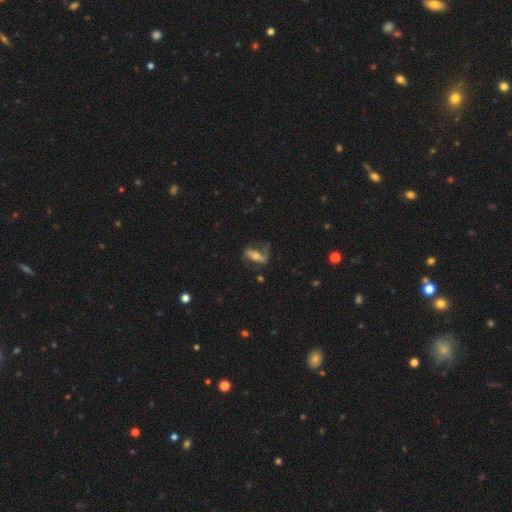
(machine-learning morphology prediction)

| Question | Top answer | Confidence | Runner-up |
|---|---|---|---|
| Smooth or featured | featured or disk | 54% | smooth (38%) |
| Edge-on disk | no | 79% | yes (21%) |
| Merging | none | 47% | major disturbance (25%) |